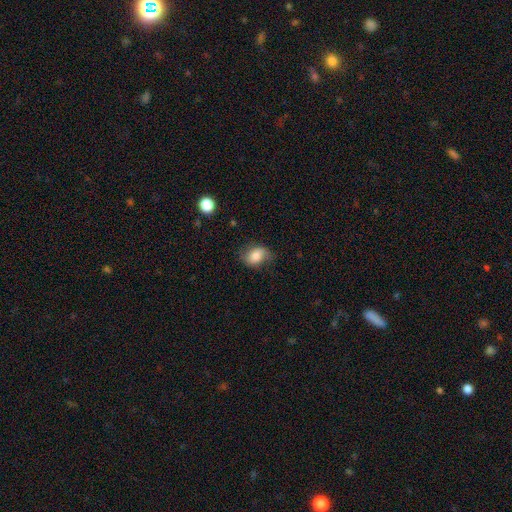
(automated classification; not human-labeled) Morphology: type=smooth (75%); roundness=in between (70%); merging=none (64%).